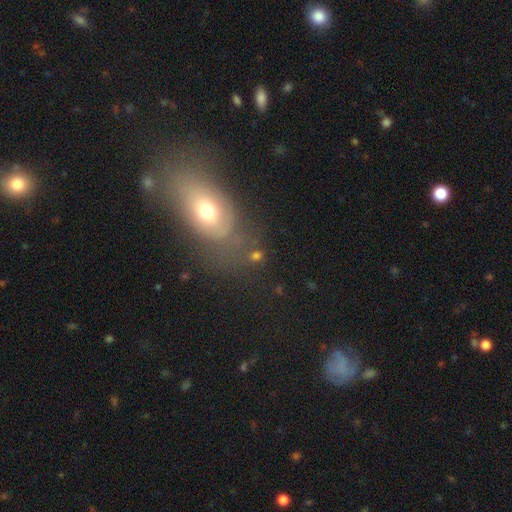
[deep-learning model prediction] The model was most divided on "how rounded": round: 57%, in between: 40%, cigar-shaped: 3%. More confident: smooth or featured — smooth (59%); merging — none (58%).